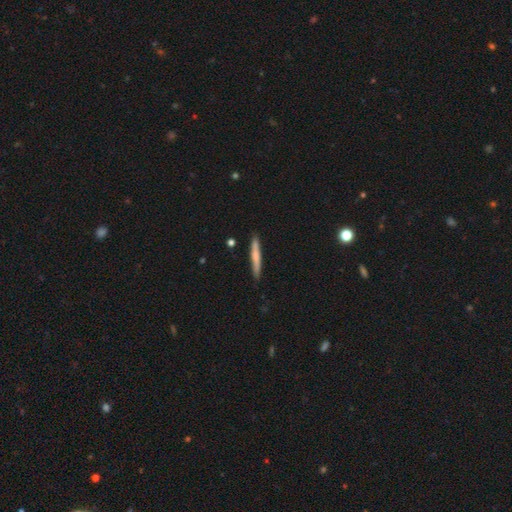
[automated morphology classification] smooth-or-featured: smooth: 62% | featured or disk: 32% | star or artifact: 6%
  how-rounded: cigar-shaped: 95% | in between: 3% | round: 1%
  merging: none: 85% | minor disturbance: 11% | merger: 2% | major disturbance: 2%